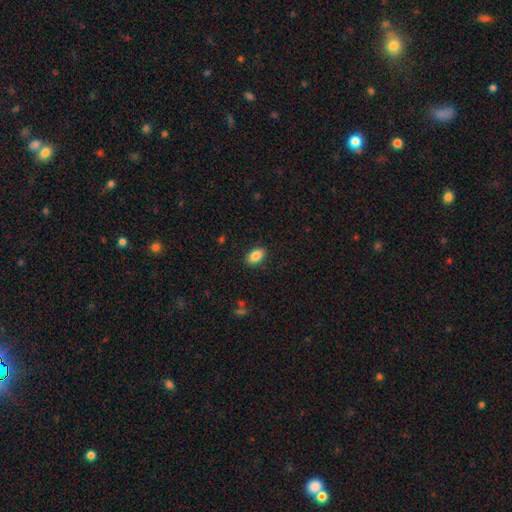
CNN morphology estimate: smooth 87%, star or artifact 8%, featured or disk 5%. Down the decision tree: how rounded — in between (90%); merging — none (87%).